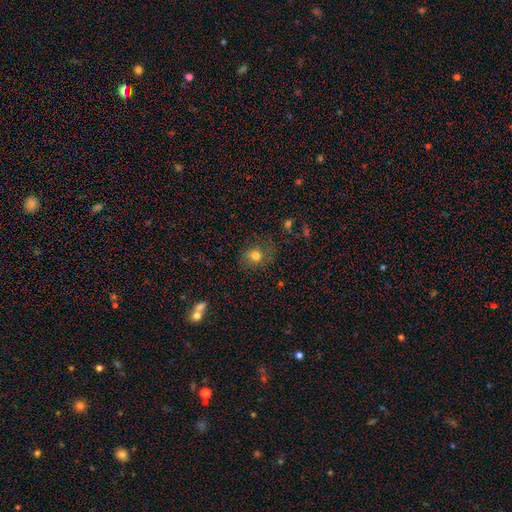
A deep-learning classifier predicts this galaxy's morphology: A smooth galaxy with no disk features (77%) that is round (74%). Merging: none (72%).